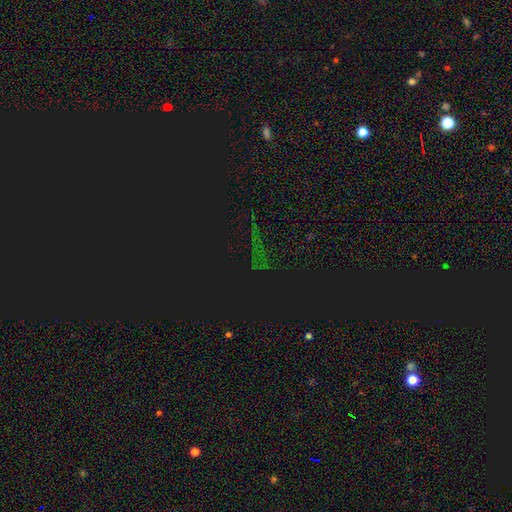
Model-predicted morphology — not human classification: This is likely a star or artifact rather than a galaxy (80%).